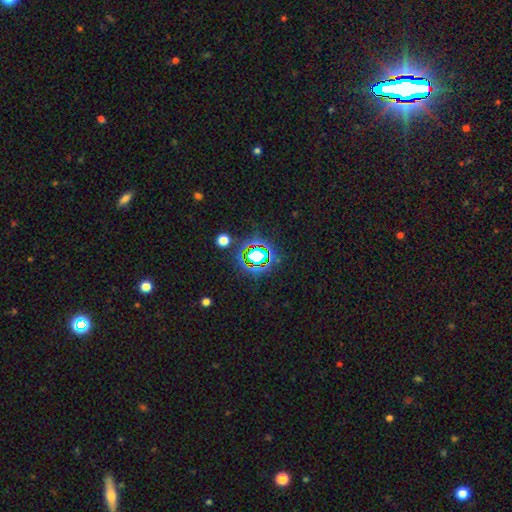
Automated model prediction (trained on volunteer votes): Morphology: type=star or artifact (68%).